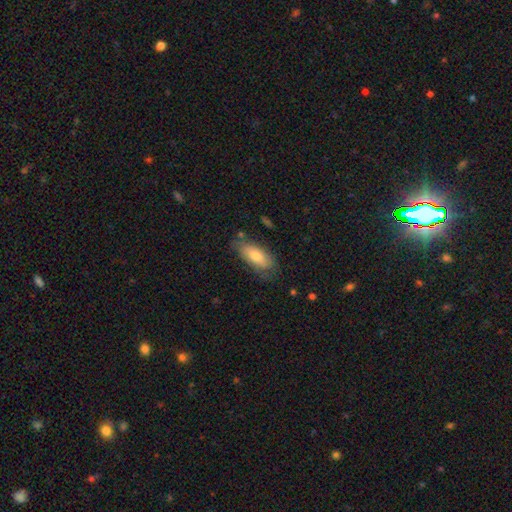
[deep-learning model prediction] smooth-or-featured: smooth: 70% | featured or disk: 23% | star or artifact: 7%
  how-rounded: in between: 82% | cigar-shaped: 16% | round: 2%
  merging: none: 70% | minor disturbance: 21% | major disturbance: 6% | merger: 2%